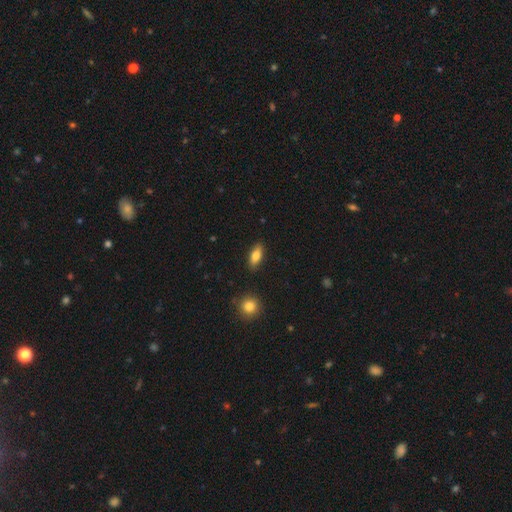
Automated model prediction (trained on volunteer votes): A smooth galaxy with no disk features (80%) that is in between round and cigar-shaped (81%).

Vote fractions:
- Smooth or featured? smooth: 80% / featured or disk: 12% / star or artifact: 7%
- How rounded? in between: 81% / cigar-shaped: 16% / round: 3%
- Merging? none: 87% / minor disturbance: 9% / major disturbance: 2% / merger: 2%